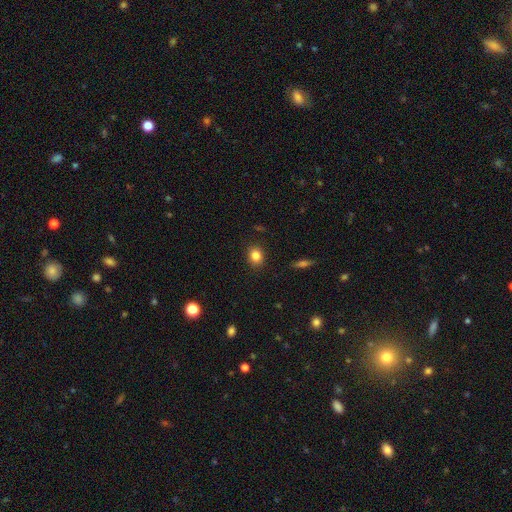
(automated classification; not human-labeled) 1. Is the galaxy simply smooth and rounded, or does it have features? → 84% smooth, 10% star or artifact, 6% featured or disk.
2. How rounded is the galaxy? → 62% round, 36% in between, 1% cigar-shaped.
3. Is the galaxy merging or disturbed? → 89% none, 8% minor disturbance, 2% major disturbance, 1% merger.